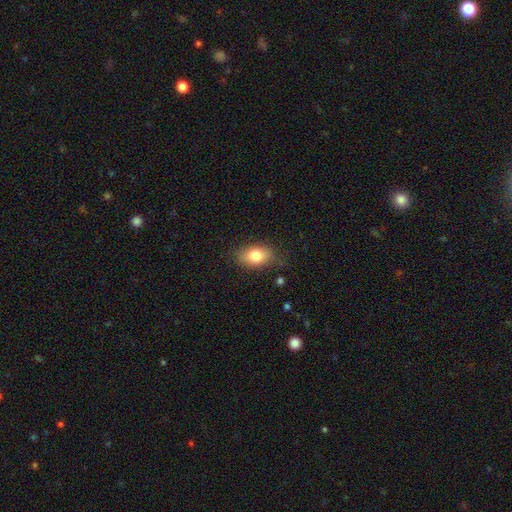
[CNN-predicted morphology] This is clearly a smooth galaxy (81%). How rounded: clearly in between (86%). Merging: likely none (78%).